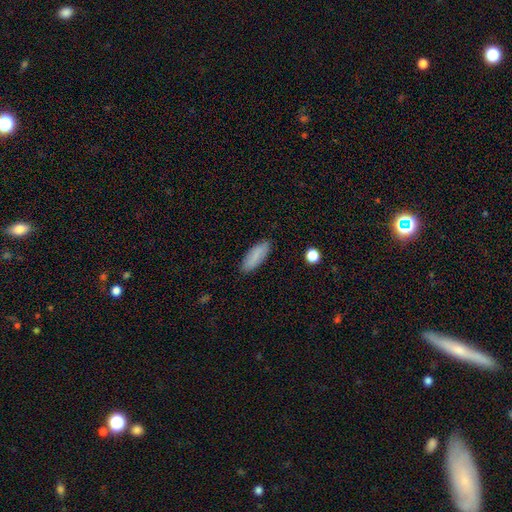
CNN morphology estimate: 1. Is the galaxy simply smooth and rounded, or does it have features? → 83% smooth, 10% featured or disk, 7% star or artifact.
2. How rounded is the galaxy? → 63% in between, 35% cigar-shaped, 2% round.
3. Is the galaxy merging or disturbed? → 87% none, 10% minor disturbance, 2% major disturbance, 1% merger.